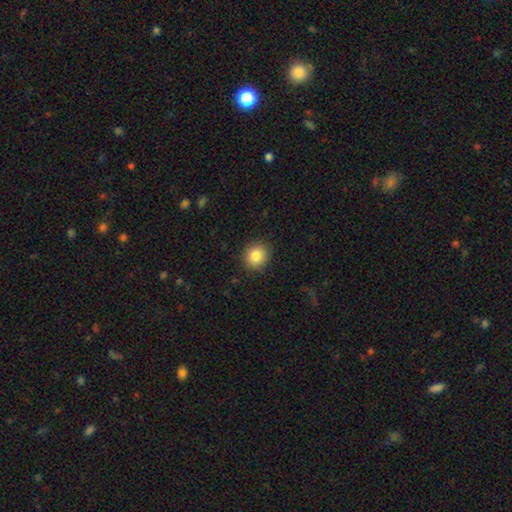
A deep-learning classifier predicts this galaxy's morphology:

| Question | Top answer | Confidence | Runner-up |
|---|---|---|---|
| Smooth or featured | smooth | 85% | star or artifact (9%) |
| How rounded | round | 85% | in between (14%) |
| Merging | none | 89% | minor disturbance (8%) |